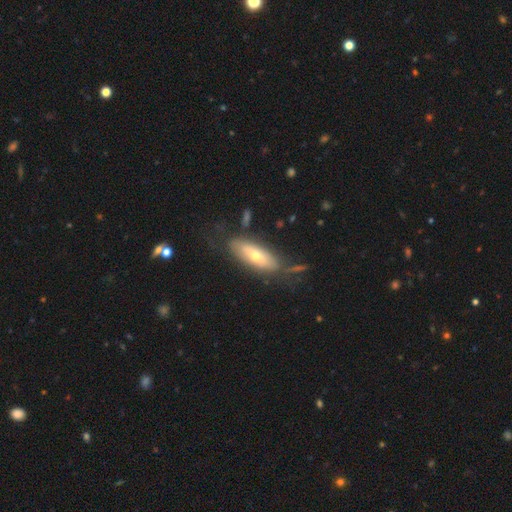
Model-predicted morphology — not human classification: type=smooth (50%); roundness=in between (68%); merging=none (63%).